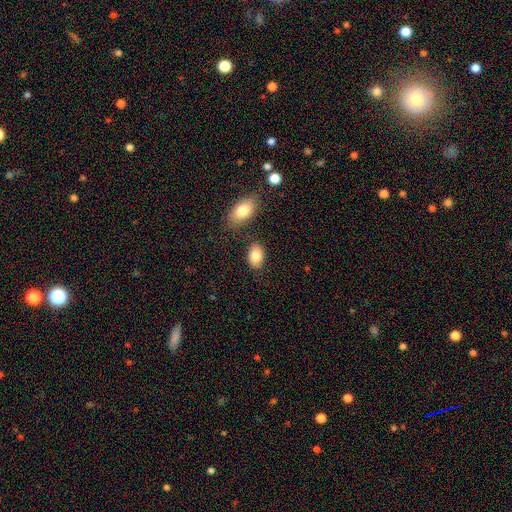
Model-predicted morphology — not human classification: Q: Smooth or featured?
A: smooth (84%); runner-up: featured or disk (9%)
Q: How rounded?
A: in between (87%); runner-up: round (11%)
Q: Merging?
A: none (79%); runner-up: minor disturbance (12%)